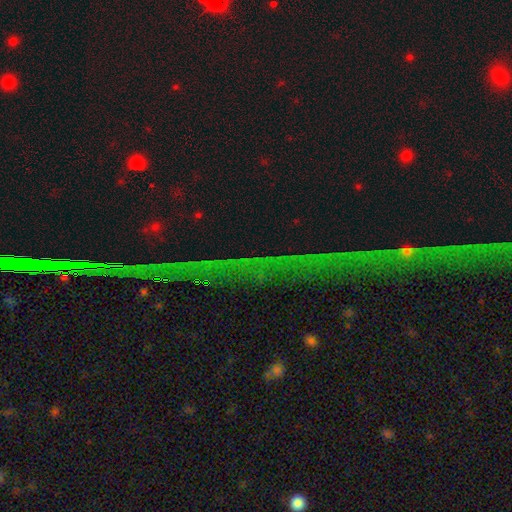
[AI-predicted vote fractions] A star or artifact, not a galaxy (81%).